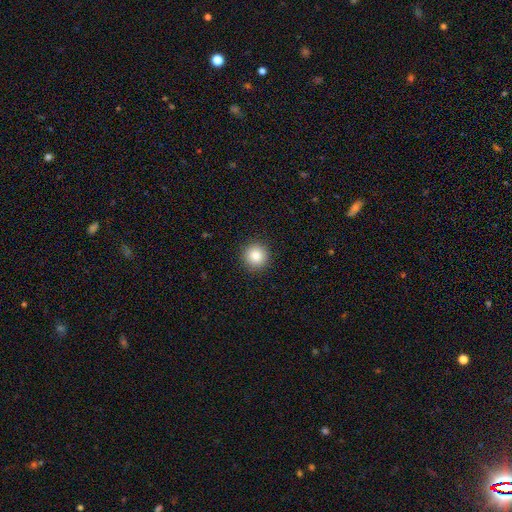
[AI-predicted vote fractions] Morphology: type=smooth (86%); roundness=round (95%); merging=none (92%).